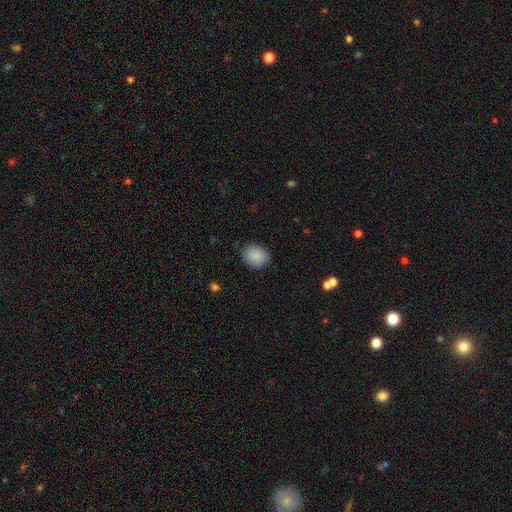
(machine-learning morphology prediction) Overall: smooth (88%). How rounded: round (62%; in between 37%). Merging: none (85%).